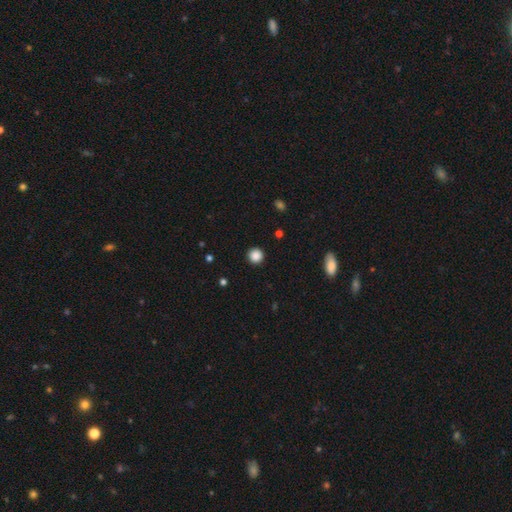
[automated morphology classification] A smooth galaxy with no disk features (87%) that is round (95%). Merging: none (92%).